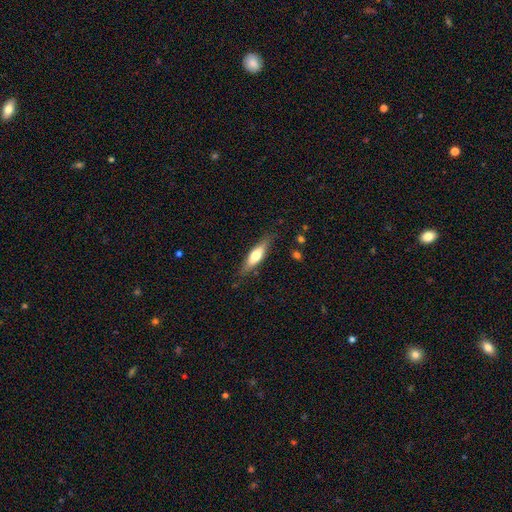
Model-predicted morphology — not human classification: smooth-or-featured: smooth: 60% | featured or disk: 34% | star or artifact: 6%
  how-rounded: cigar-shaped: 61% | in between: 37% | round: 2%
  merging: none: 81% | minor disturbance: 14% | major disturbance: 3% | merger: 1%